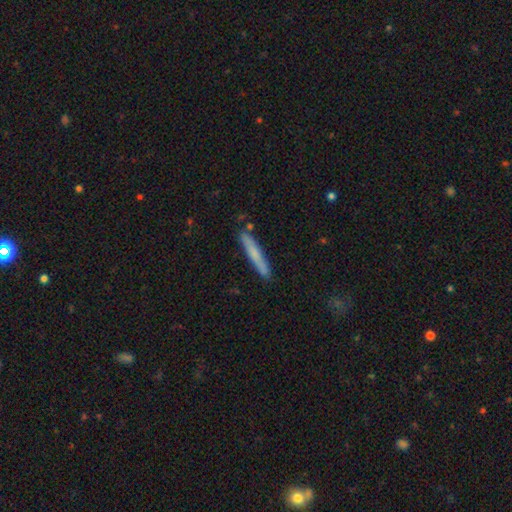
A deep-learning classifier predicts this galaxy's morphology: This is likely a smooth galaxy (69%). How rounded: clearly cigar-shaped (95%). Merging: clearly none (83%).